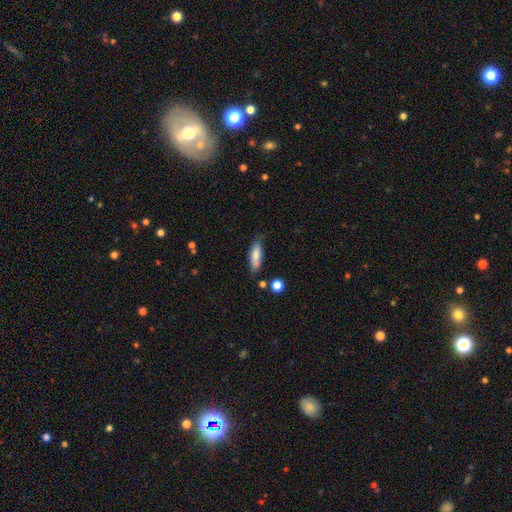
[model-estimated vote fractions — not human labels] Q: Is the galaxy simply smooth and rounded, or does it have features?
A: smooth — 80%.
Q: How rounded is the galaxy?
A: in between — 51%.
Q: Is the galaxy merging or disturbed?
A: none — 66%.